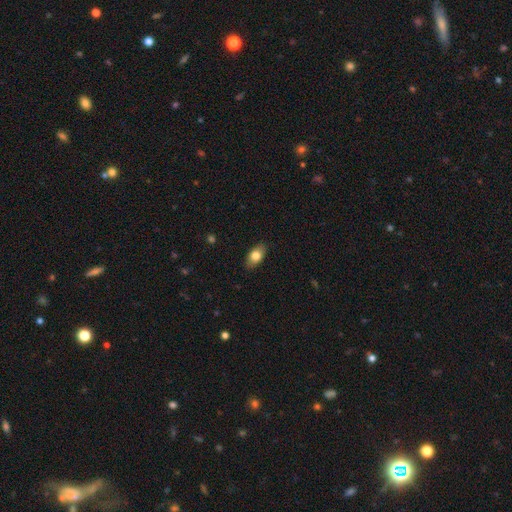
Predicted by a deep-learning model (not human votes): smooth 79%, featured or disk 14%, star or artifact 7%. Down the decision tree: how rounded — in between (89%); merging — none (87%).